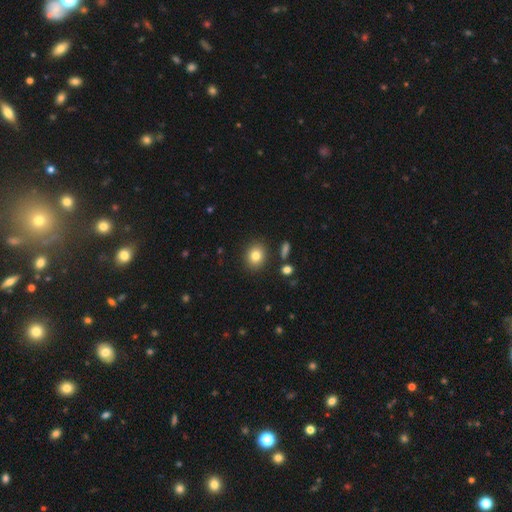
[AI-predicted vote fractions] This is clearly a smooth galaxy (82%). How rounded: likely round (68%). Merging: clearly none (88%).